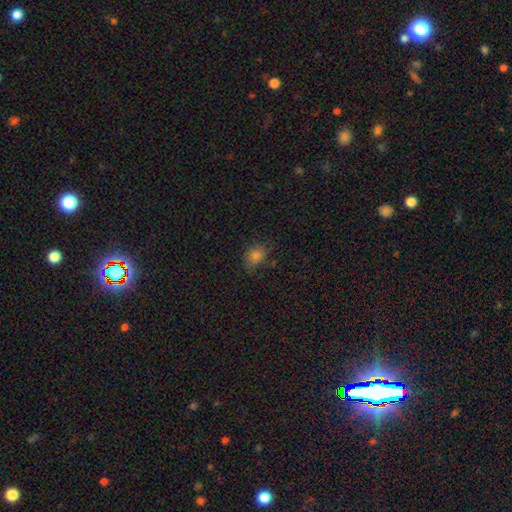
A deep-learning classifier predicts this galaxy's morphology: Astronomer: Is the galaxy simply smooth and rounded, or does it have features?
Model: smooth — 78%.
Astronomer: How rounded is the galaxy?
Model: in between — 58% (runner-up: round, 40%).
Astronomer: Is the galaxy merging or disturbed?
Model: none — 66%.